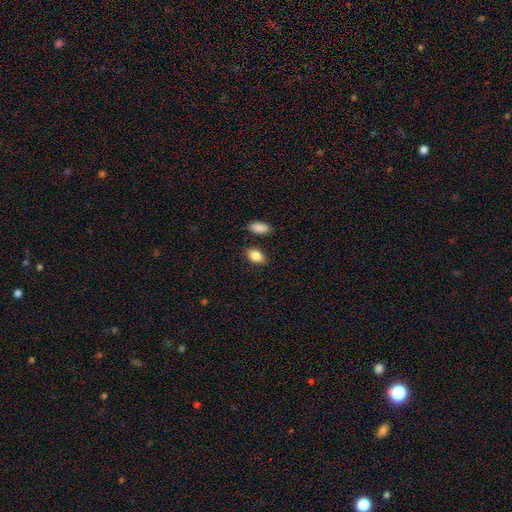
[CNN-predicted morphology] smooth 86%, star or artifact 7%, featured or disk 6%. Down the decision tree: how rounded — in between (90%); merging — none (83%).